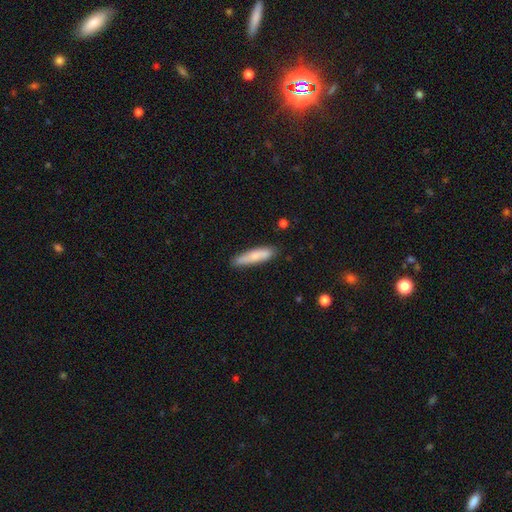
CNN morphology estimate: A smooth galaxy with no disk features (78%) that is cigar-shaped (81%). Merging: none (83%).